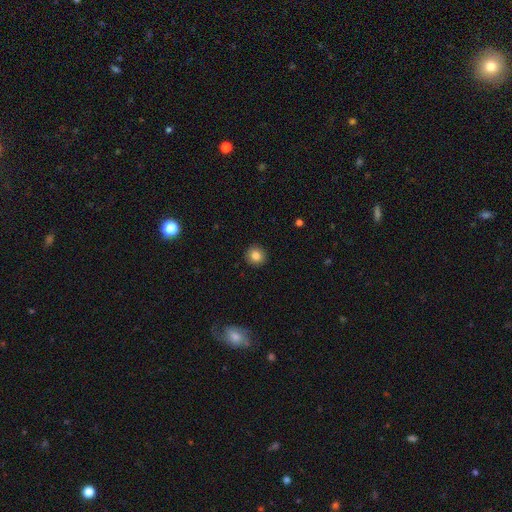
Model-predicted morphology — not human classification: Q: Smooth or featured?
A: smooth (84%); runner-up: star or artifact (10%)
Q: How rounded?
A: round (92%); runner-up: in between (7%)
Q: Merging?
A: none (93%); runner-up: minor disturbance (5%)